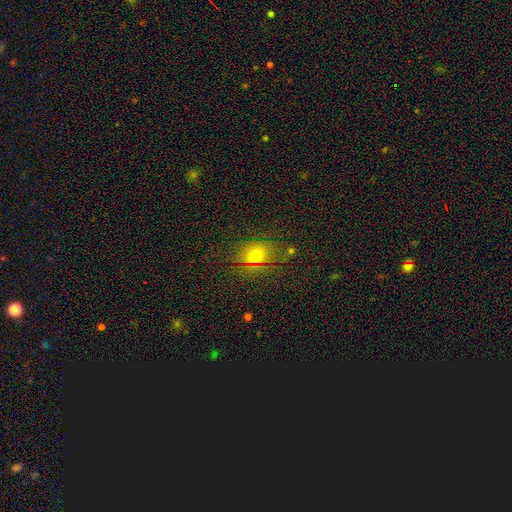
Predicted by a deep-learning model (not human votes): Smooth or featured?
  - smooth: 64% *
  - star or artifact: 23%
  - featured or disk: 13%
How rounded?
  - in between: 55% *
  - round: 42%
  - cigar-shaped: 2%
Merging?
  - none: 76% *
  - minor disturbance: 15%
  - major disturbance: 6%
  - merger: 3%